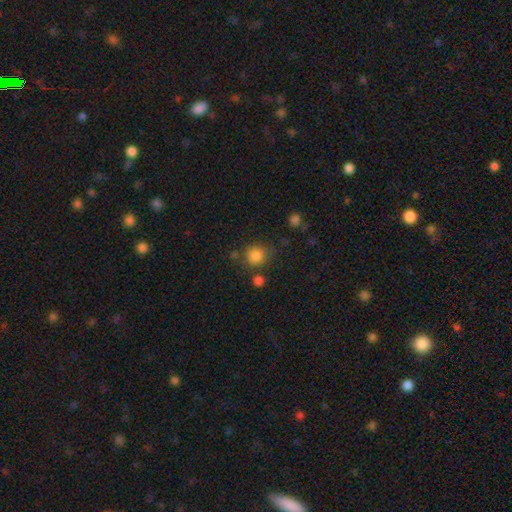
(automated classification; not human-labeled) Smooth or featured: smooth — 84% (star or artifact — 12%)
How rounded: round — 87% (in between — 12%)
Merging: none — 72% (minor disturbance — 13%)